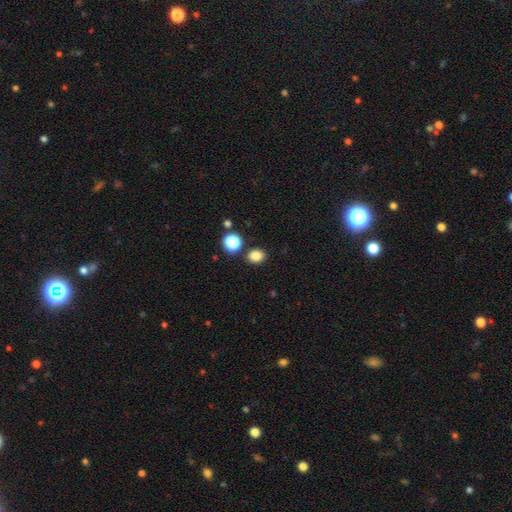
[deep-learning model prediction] Overall: smooth (83%). How rounded: round (61%; in between 39%). Merging: none (84%).